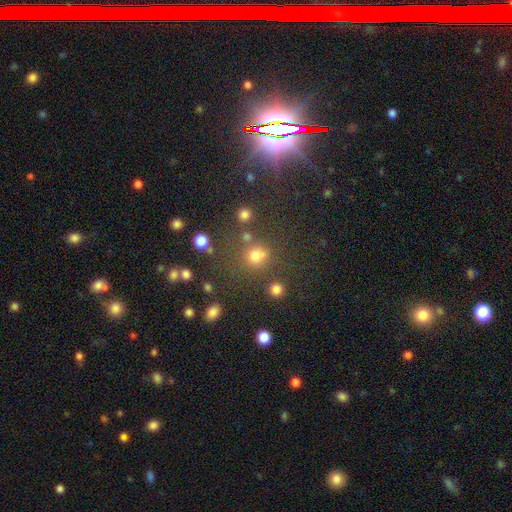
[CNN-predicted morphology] This is likely a smooth galaxy (72%). How rounded: clearly round (85%). Merging: likely none (64%).